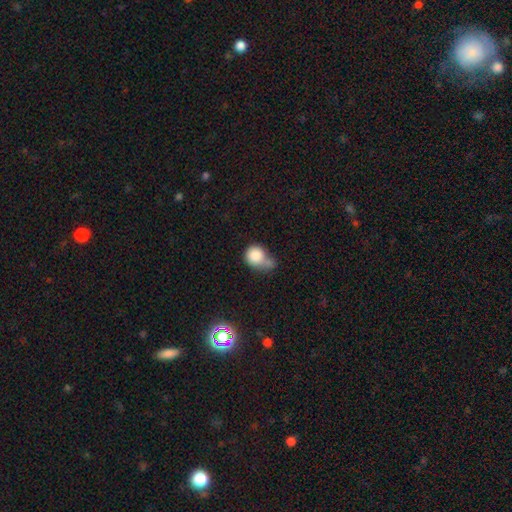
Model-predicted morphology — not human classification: smooth-or-featured: smooth: 82% | star or artifact: 10% | featured or disk: 8%
  how-rounded: round: 77% | in between: 22% | cigar-shaped: 1%
  merging: merger: 30% | none: 28% | minor disturbance: 25% | major disturbance: 17%